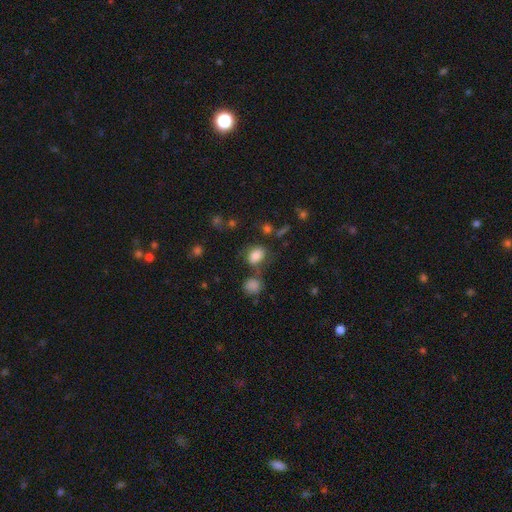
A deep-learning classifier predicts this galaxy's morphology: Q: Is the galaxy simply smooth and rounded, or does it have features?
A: smooth — 80%.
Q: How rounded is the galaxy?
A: in between — 74%.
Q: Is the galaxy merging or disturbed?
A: none — 60%.